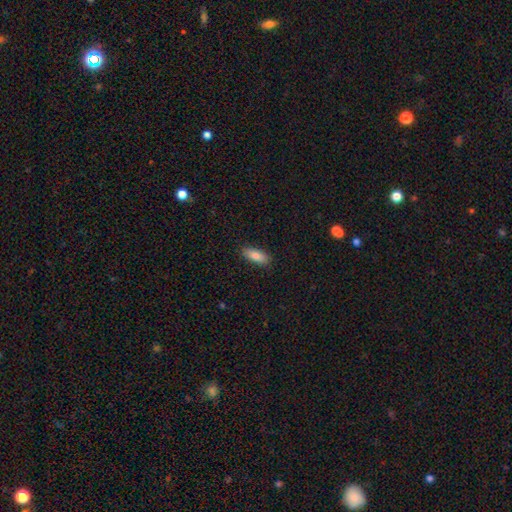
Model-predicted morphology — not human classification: type=smooth (82%); roundness=in between (75%); merging=none (89%).